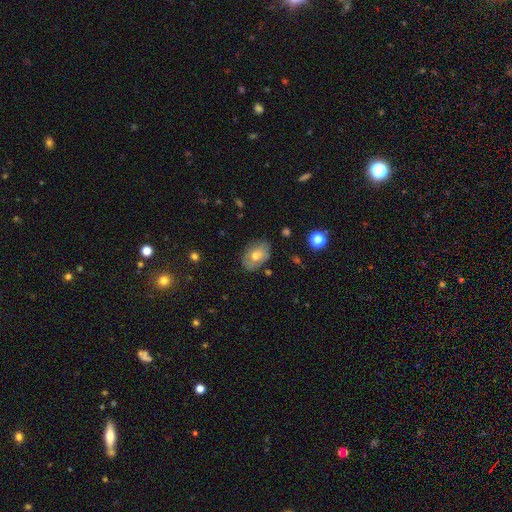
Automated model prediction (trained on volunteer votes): Morphology: type=smooth (60%); roundness=in between (84%); merging=none (76%).